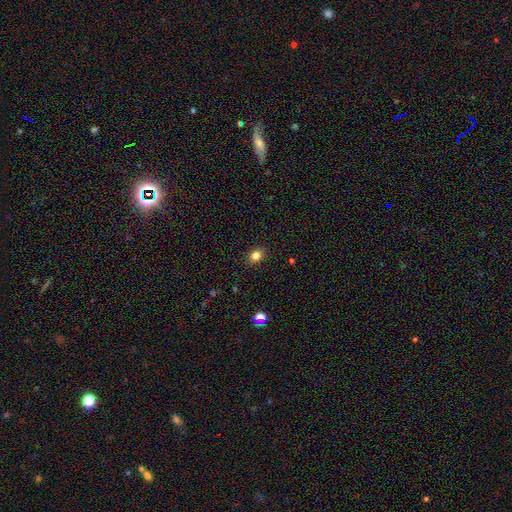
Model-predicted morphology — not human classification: Overall: smooth (82%). How rounded: in between (51%; round 48%). Merging: none (89%).